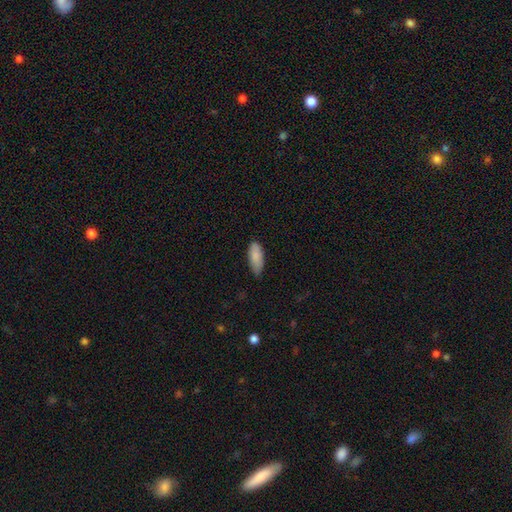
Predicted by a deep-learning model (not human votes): Smooth or featured? smooth (86%)
How rounded? in between (81%)
Merging? none (67%)